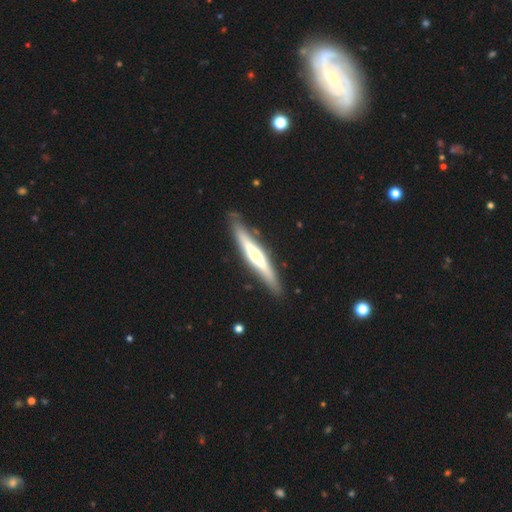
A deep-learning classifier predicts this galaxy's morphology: A featured or disk galaxy (62%) viewed edge-on (94%) with a rounded central bulge (79%). Merging: none (86%).